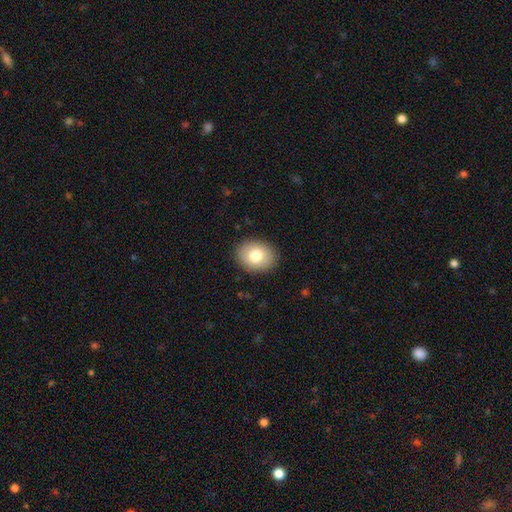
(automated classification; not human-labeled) A smooth galaxy with no disk features (81%) that is in between round and cigar-shaped (58%).

Vote fractions:
- Smooth or featured? smooth: 81% / featured or disk: 11% / star or artifact: 8%
- How rounded? in between: 58% / round: 41% / cigar-shaped: 1%
- Merging? none: 89% / minor disturbance: 8% / major disturbance: 2% / merger: 1%